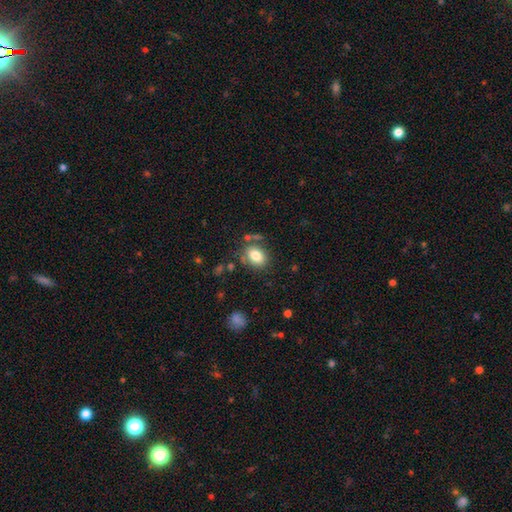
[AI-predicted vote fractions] A smooth galaxy with no disk features (81%) that is in between round and cigar-shaped (72%). Merging: none (71%).